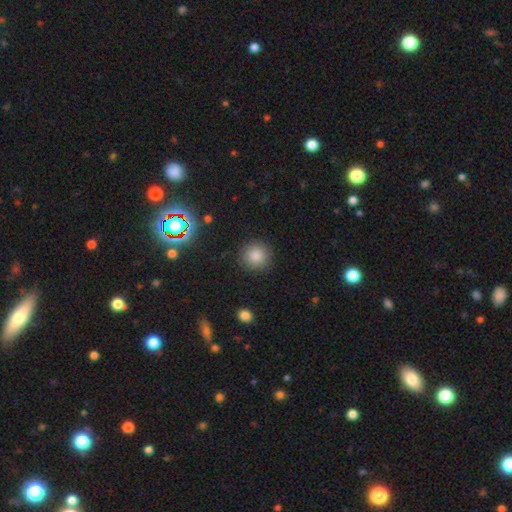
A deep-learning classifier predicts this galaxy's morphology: A smooth galaxy with no disk features (84%) that is round (93%).

Vote fractions:
- Smooth or featured? smooth: 84% / star or artifact: 11% / featured or disk: 5%
- How rounded? round: 93% / in between: 6% / cigar-shaped: 1%
- Merging? none: 89% / minor disturbance: 7% / major disturbance: 2% / merger: 1%